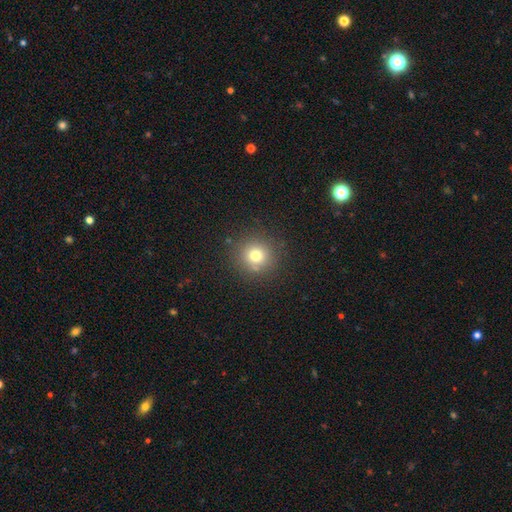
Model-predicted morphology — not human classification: This is likely a smooth galaxy (74%). How rounded: clearly round (93%). Merging: clearly none (86%).